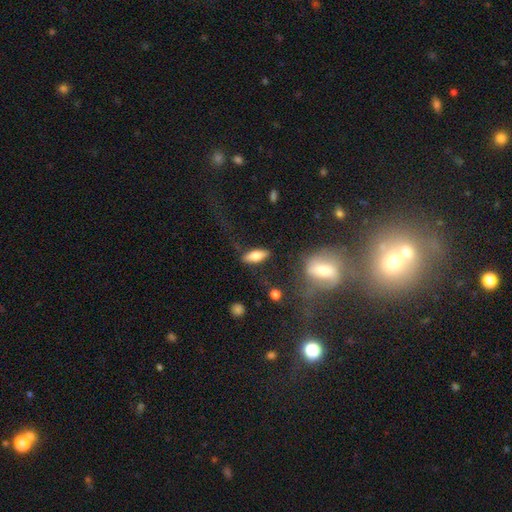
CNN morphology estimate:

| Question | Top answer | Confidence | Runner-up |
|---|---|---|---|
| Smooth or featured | smooth | 65% | featured or disk (28%) |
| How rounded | in between | 68% | cigar-shaped (29%) |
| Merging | none | 82% | minor disturbance (12%) |